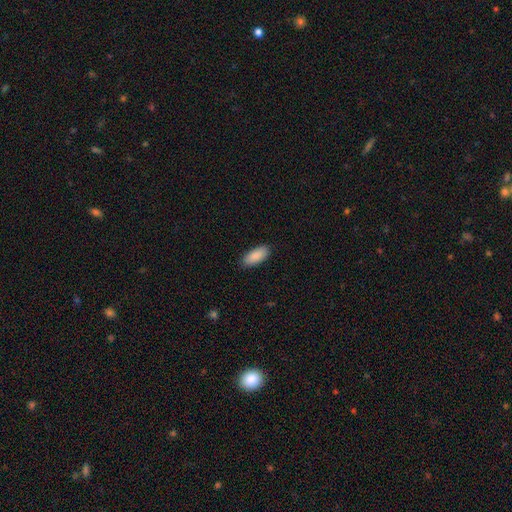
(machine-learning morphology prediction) This appears to be a smooth galaxy with no disk features (90%) that is in between round and cigar-shaped (86%). Merging: none (87%).